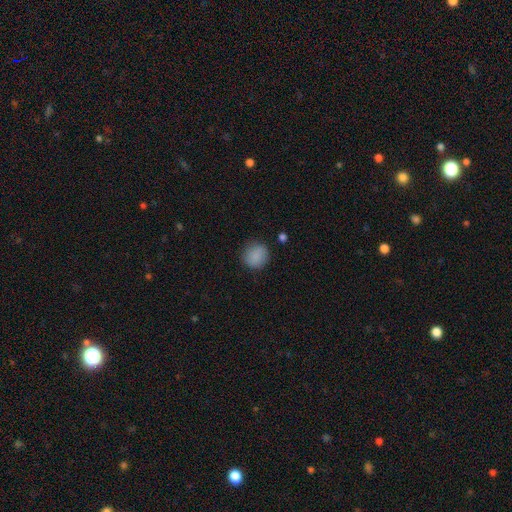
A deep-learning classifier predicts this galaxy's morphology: A smooth galaxy with no disk features (86%) that is round (88%). Merging: none (82%).